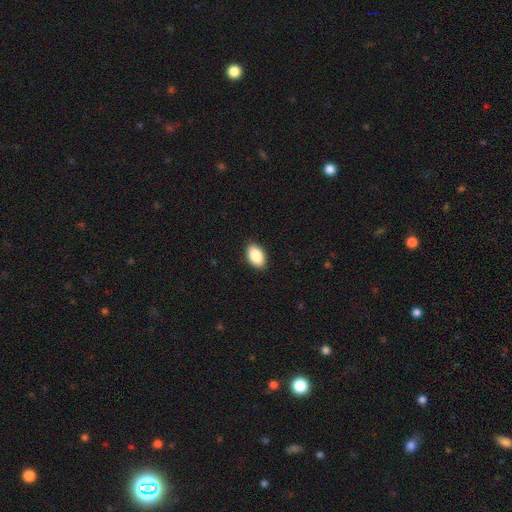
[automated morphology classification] Smooth or featured?
  - smooth: 87% *
  - star or artifact: 7%
  - featured or disk: 6%
How rounded?
  - in between: 93% *
  - round: 6%
  - cigar-shaped: 2%
Merging?
  - none: 89% *
  - minor disturbance: 9%
  - major disturbance: 2%
  - merger: 1%